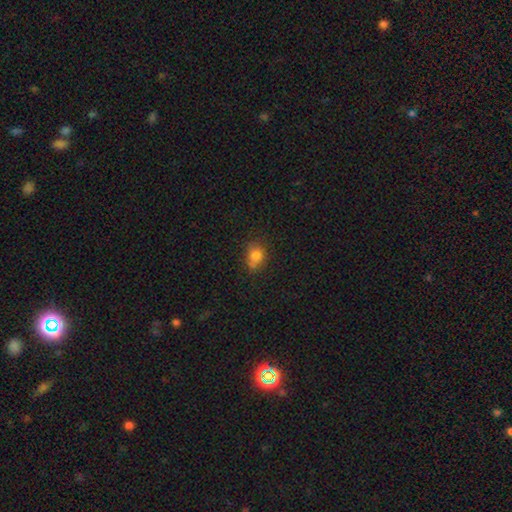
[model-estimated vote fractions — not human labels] The model was most divided on "how rounded": in between: 51%, round: 48%, cigar-shaped: 1%. More confident: smooth or featured — smooth (78%); merging — none (58%).